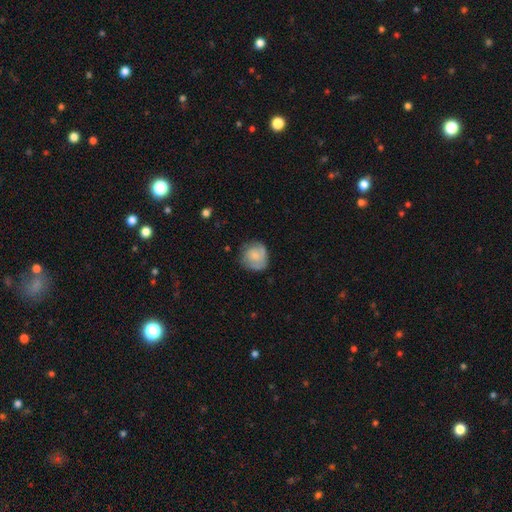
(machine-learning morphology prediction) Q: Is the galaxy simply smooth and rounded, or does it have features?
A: smooth — 60%.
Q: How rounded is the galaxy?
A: round — 84%.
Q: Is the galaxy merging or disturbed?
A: none — 65%.